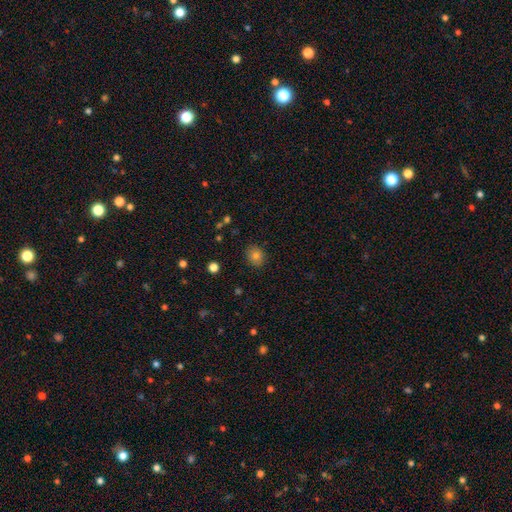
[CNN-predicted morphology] smooth-or-featured: smooth: 81% | star or artifact: 11% | featured or disk: 9%
  how-rounded: round: 64% | in between: 35% | cigar-shaped: 1%
  merging: none: 88% | minor disturbance: 9% | major disturbance: 2% | merger: 1%